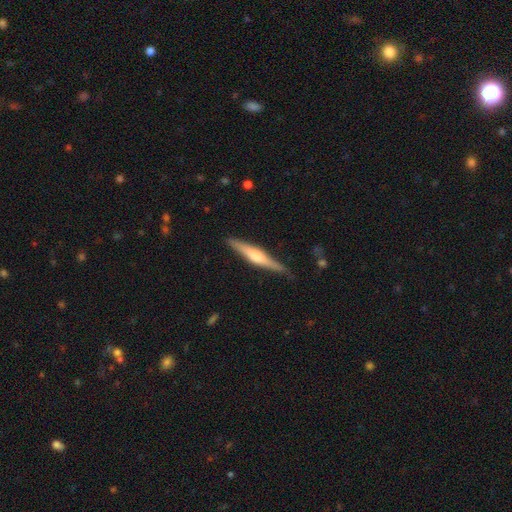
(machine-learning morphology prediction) smooth-or-featured: featured or disk: 68% | smooth: 26% | star or artifact: 5%
  disk-edge-on: yes: 98% | no: 2%
    edge-on-bulge: rounded: 81% | boxy: 12% | none: 7%
  merging: none: 87% | minor disturbance: 10% | major disturbance: 2% | merger: 1%